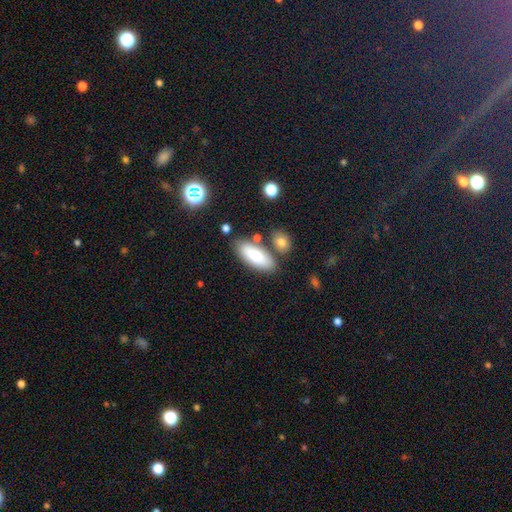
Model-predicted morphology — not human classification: Smooth or featured? Predicted: smooth (p=0.74). How rounded? Predicted: in between (p=0.80). Merging? Predicted: none (p=0.75).